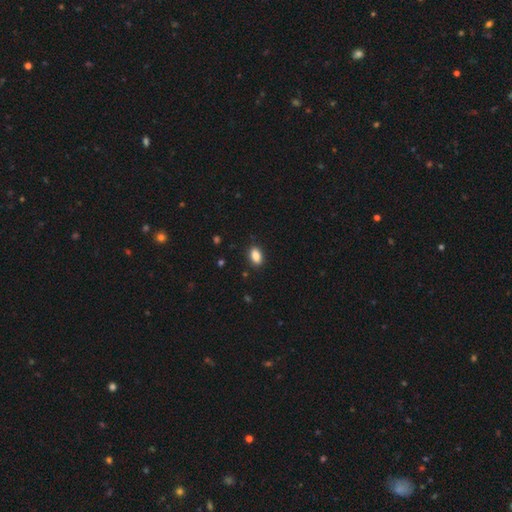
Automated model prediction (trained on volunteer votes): smooth-or-featured: smooth: 88% | star or artifact: 8% | featured or disk: 4%
  how-rounded: in between: 90% | round: 6% | cigar-shaped: 4%
  merging: none: 88% | minor disturbance: 9% | major disturbance: 2% | merger: 1%